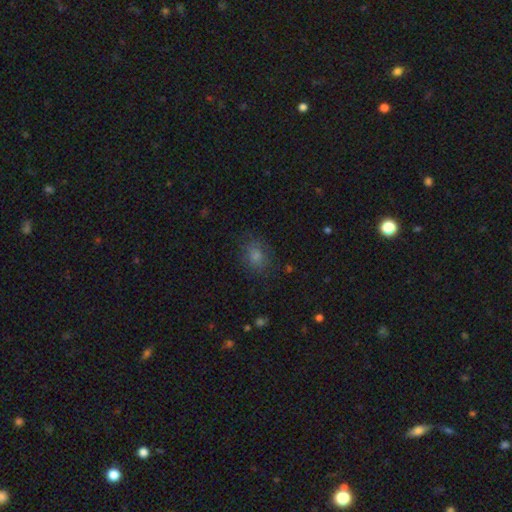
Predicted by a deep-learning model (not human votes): A smooth galaxy with no disk features (70%) that is in between round and cigar-shaped (49%, tied with round).

Vote fractions:
- Smooth or featured? smooth: 70% / star or artifact: 21% / featured or disk: 9%
- How rounded? in between: 49% (tied) / round: 49% (tied) / cigar-shaped: 1%
- Merging? none: 81% / minor disturbance: 13% / major disturbance: 4% / merger: 1%